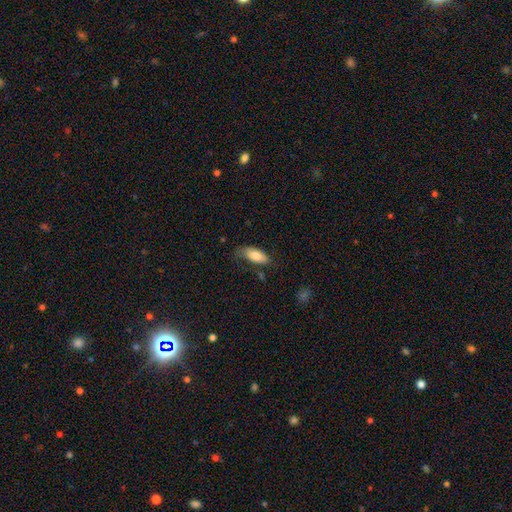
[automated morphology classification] Smooth or featured? smooth (79%)
How rounded? in between (84%)
Merging? none (62%)